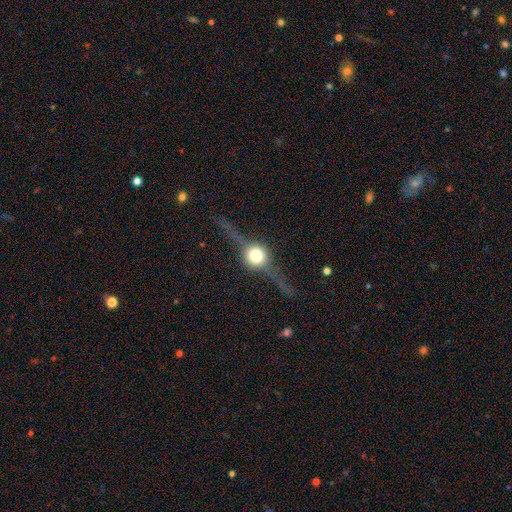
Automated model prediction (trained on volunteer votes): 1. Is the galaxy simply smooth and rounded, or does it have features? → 78% featured or disk, 15% smooth, 7% star or artifact.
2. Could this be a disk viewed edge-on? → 95% yes, 5% no.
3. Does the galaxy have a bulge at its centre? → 96% rounded, 3% boxy, 1% none.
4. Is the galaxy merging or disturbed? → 80% none, 13% minor disturbance, 6% major disturbance, 2% merger.